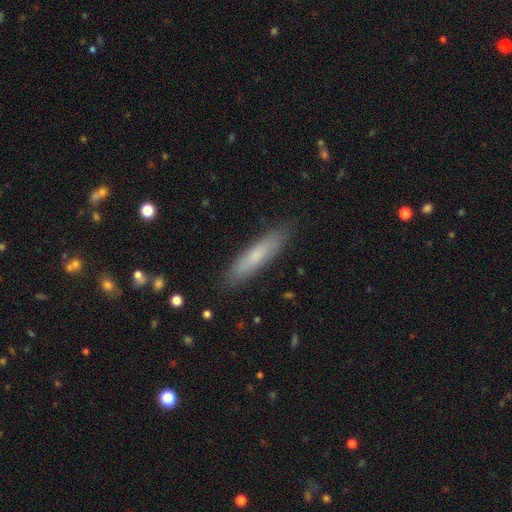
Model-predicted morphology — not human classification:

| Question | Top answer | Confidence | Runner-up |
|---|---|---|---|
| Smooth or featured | smooth | 71% | featured or disk (23%) |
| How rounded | cigar-shaped | 80% | in between (18%) |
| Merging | none | 87% | minor disturbance (10%) |